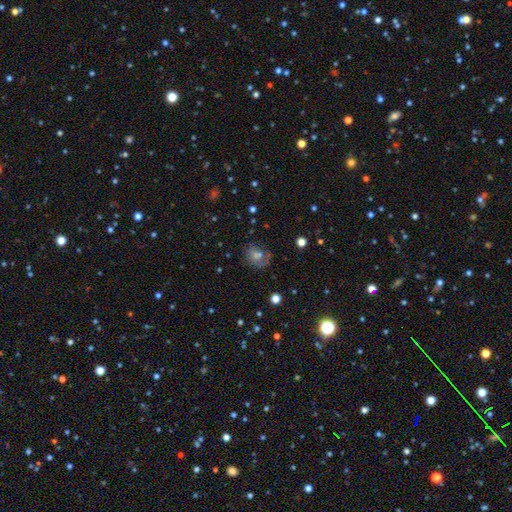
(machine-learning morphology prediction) smooth 38% (tied), featured or disk 38% (tied), star or artifact 24%. Down the decision tree: merging — none (63%).